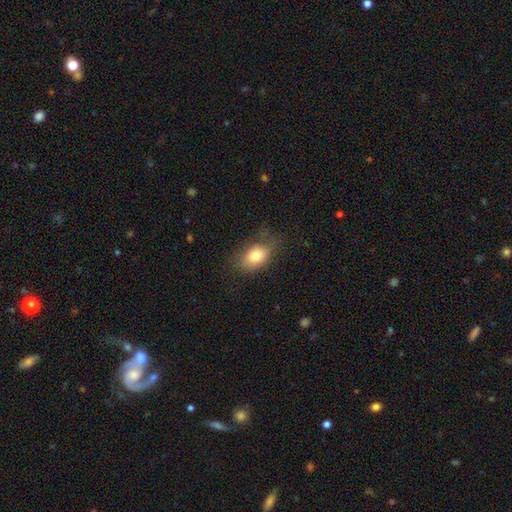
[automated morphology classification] Smooth or featured? Predicted: smooth (p=0.78). How rounded? Predicted: in between (p=0.79). Merging? Predicted: none (p=0.58).